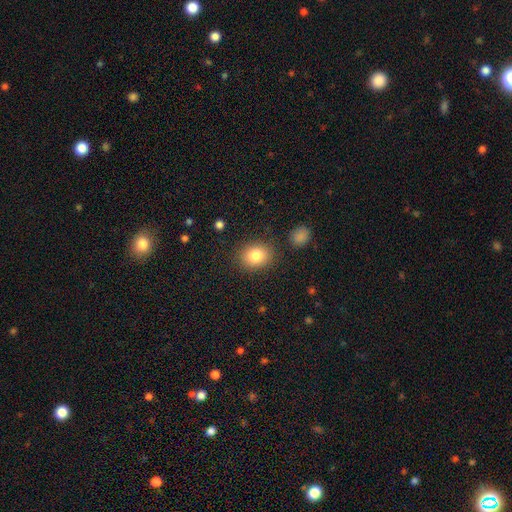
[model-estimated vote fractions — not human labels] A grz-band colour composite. It shows a smooth galaxy with no disk features (82%) that is round (50%). Merging: none (84%).